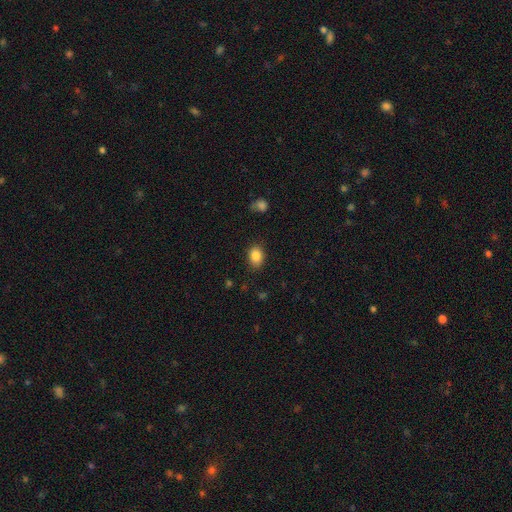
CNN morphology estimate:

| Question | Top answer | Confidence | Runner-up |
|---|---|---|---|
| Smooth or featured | smooth | 85% | star or artifact (9%) |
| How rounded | in between | 66% | round (33%) |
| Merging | none | 84% | minor disturbance (12%) |